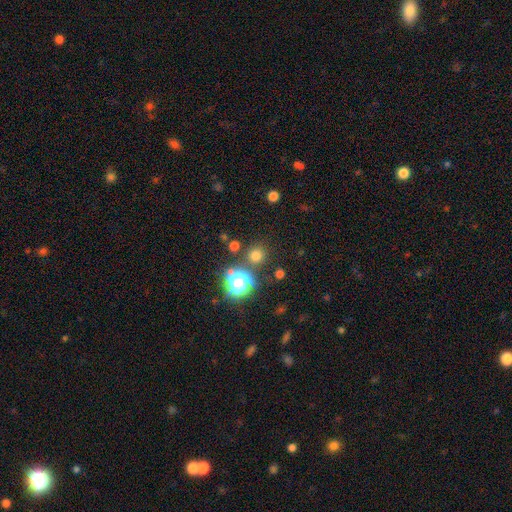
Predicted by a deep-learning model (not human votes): Smooth or featured?
  - smooth: 70% *
  - star or artifact: 25%
  - featured or disk: 6%
How rounded?
  - round: 94% *
  - in between: 5%
  - cigar-shaped: 1%
Merging?
  - none: 84% *
  - minor disturbance: 7%
  - merger: 6%
  - major disturbance: 3%